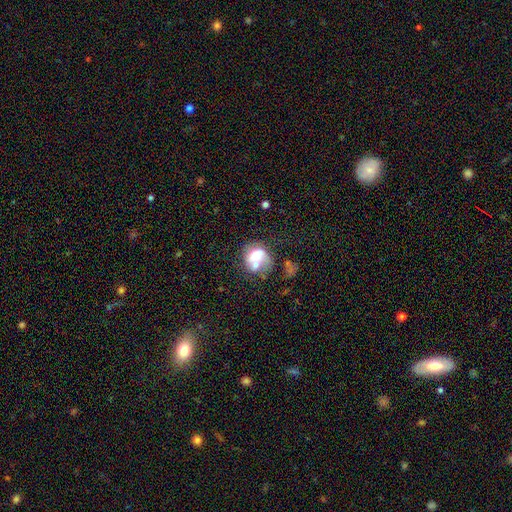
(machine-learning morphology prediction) A smooth galaxy with no disk features (51%) that is round (63%).

Vote fractions:
- Smooth or featured? smooth: 51% / featured or disk: 39% / star or artifact: 10%
- How rounded? round: 63% / in between: 36% / cigar-shaped: 1%
- Merging? merger: 42% / none: 26% / major disturbance: 16% / minor disturbance: 16%